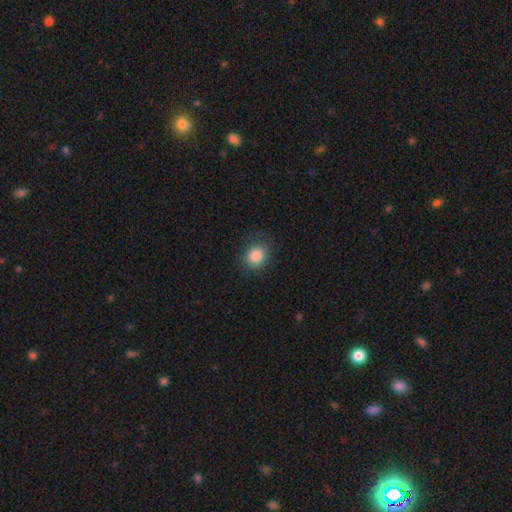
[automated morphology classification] Smooth or featured? smooth (86%)
How rounded? round (63%)
Merging? none (77%)